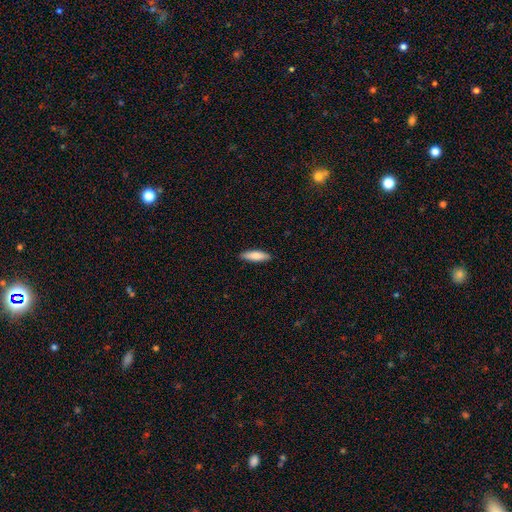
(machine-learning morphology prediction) Smooth or featured?
  - smooth: 80% *
  - featured or disk: 15%
  - star or artifact: 6%
How rounded?
  - cigar-shaped: 59% *
  - in between: 39%
  - round: 2%
Merging?
  - none: 89% *
  - minor disturbance: 8%
  - major disturbance: 2%
  - merger: 1%